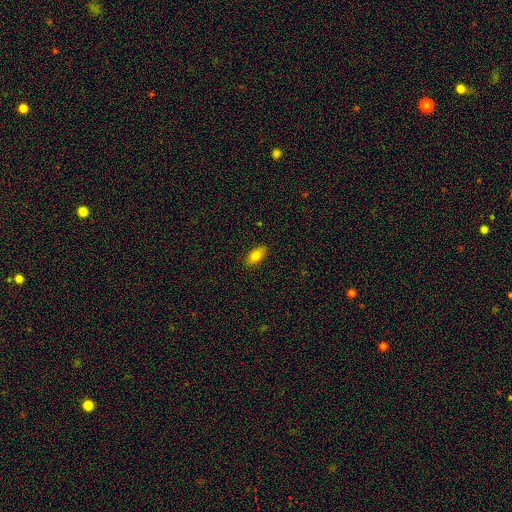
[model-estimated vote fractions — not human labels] Smooth or featured: smooth — 77% (featured or disk — 15%)
How rounded: in between — 84% (cigar-shaped — 12%)
Merging: none — 88% (minor disturbance — 9%)